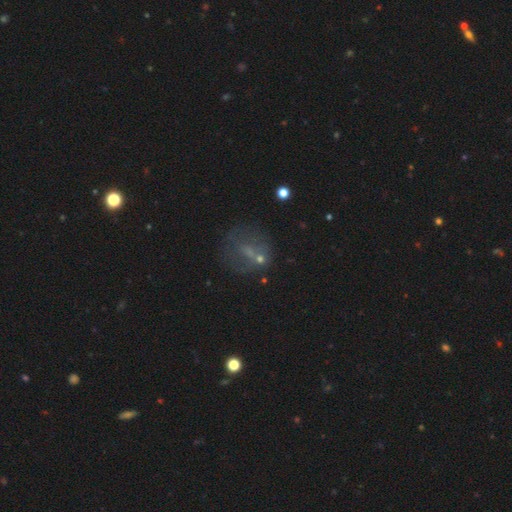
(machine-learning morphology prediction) This is marginally a smooth galaxy (38%, tied with featured or disk). Merging: possibly none (48%).